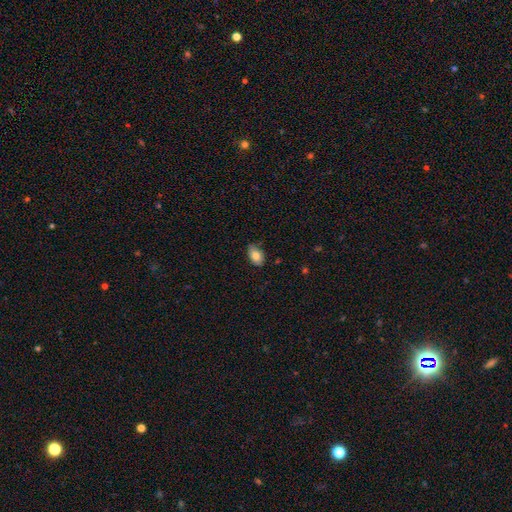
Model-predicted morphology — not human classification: smooth 81%, featured or disk 11%, star or artifact 8%. Down the decision tree: how rounded — in between (88%); merging — none (76%).